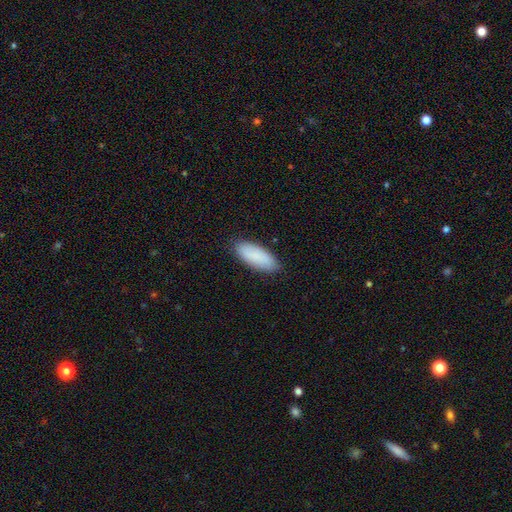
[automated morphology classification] This is clearly a smooth galaxy (87%). How rounded: likely in between (76%). Merging: clearly none (87%).